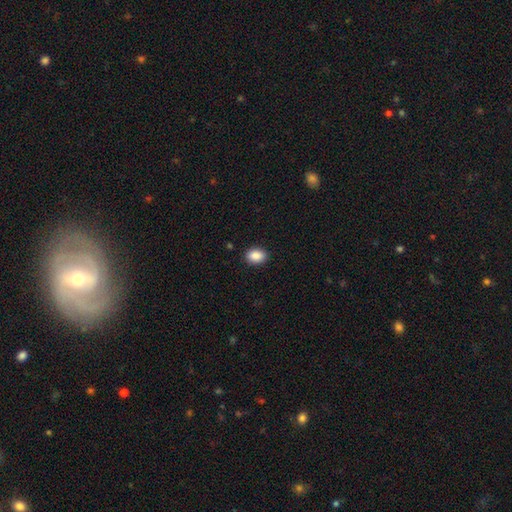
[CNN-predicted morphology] This appears to be a smooth galaxy with no disk features (89%) that is in between round and cigar-shaped (77%). Merging: none (89%).